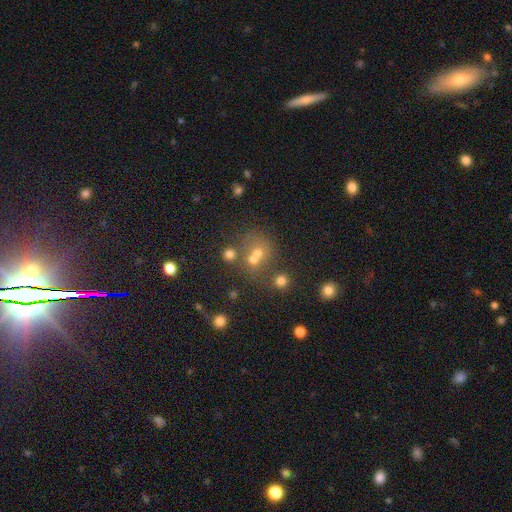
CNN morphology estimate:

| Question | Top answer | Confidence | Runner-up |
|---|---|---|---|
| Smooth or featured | smooth | 56% | star or artifact (27%) |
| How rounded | round | 78% | in between (21%) |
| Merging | none | 45% | merger (42%) |